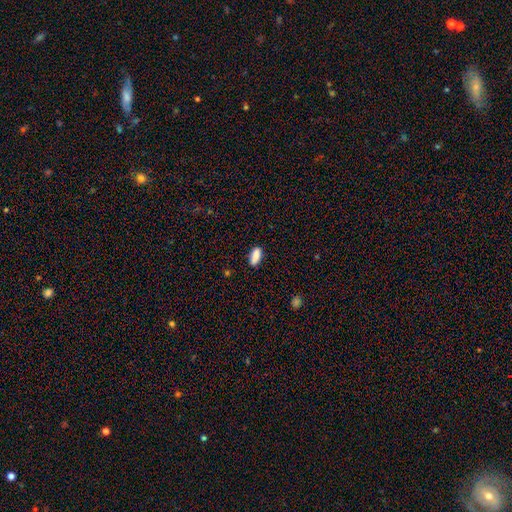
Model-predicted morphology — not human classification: type=smooth (87%); roundness=in between (77%); merging=none (85%).